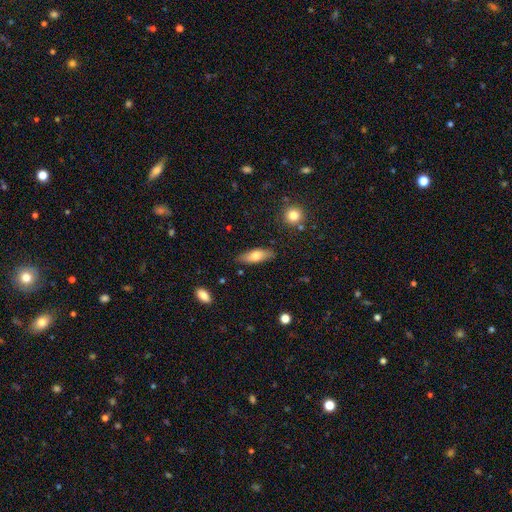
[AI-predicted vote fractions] Smooth or featured? Predicted: smooth (p=0.70). How rounded? Predicted: in between (p=0.62). Merging? Predicted: none (p=0.82).